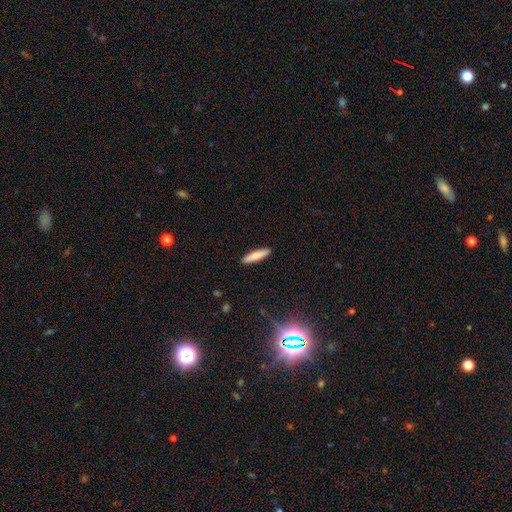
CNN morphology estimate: type=smooth (79%); roundness=cigar-shaped (82%); merging=none (91%).